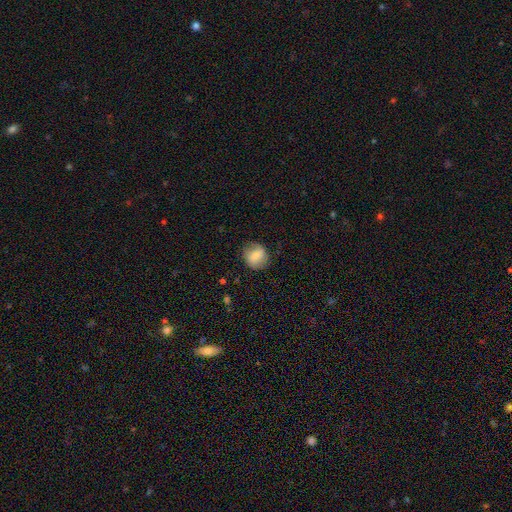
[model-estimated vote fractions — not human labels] Morphology: type=smooth (67%); roundness=round (80%); merging=none (78%).